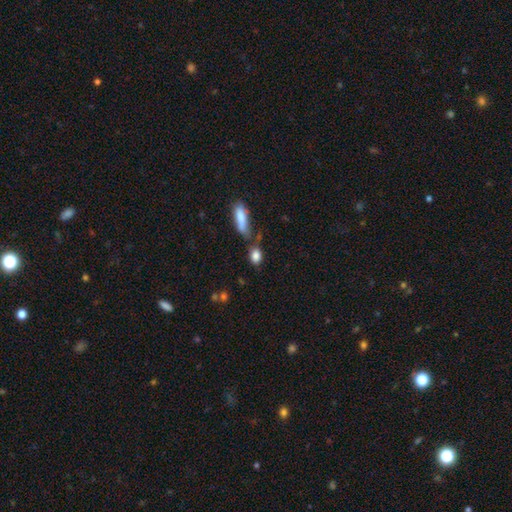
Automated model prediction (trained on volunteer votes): A smooth galaxy with no disk features (84%) that is in between round and cigar-shaped (73%).

Vote fractions:
- Smooth or featured? smooth: 84% / star or artifact: 8% / featured or disk: 7%
- How rounded? in between: 73% / round: 20% / cigar-shaped: 7%
- Merging? none: 58% / merger: 18% / minor disturbance: 18% / major disturbance: 6%